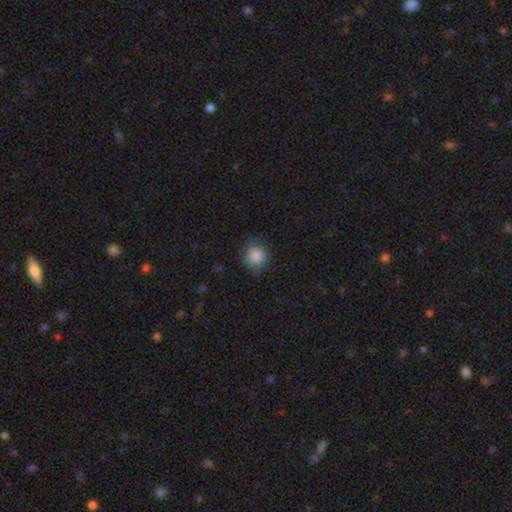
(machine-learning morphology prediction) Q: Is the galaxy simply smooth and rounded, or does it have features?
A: smooth — 86%.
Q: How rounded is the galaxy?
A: round — 86%.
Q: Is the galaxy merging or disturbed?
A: none — 75%.